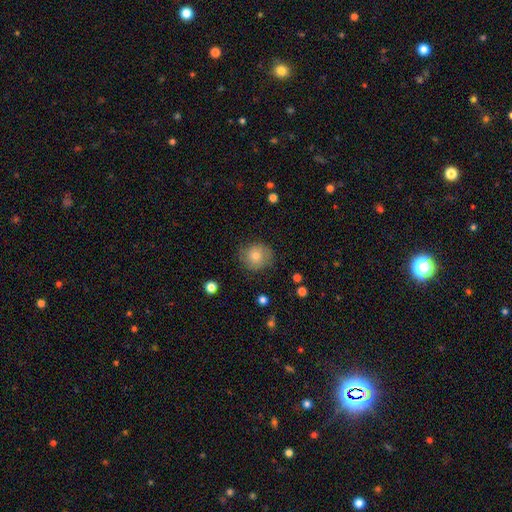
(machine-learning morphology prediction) type=smooth (71%); roundness=round (89%); merging=none (78%).